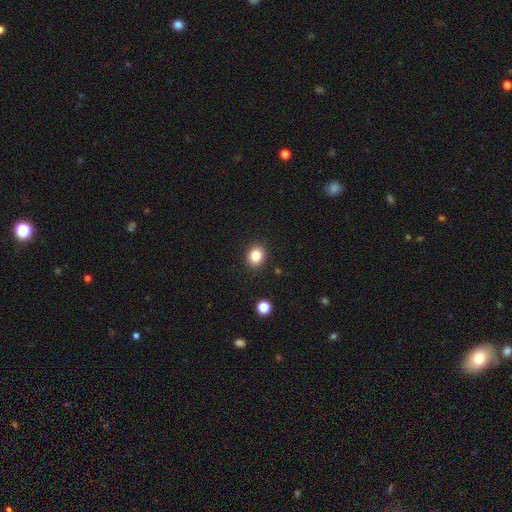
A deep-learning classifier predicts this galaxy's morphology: Smooth or featured? Predicted: smooth (p=0.83). How rounded? Predicted: round (p=0.63). Merging? Predicted: none (p=0.90).